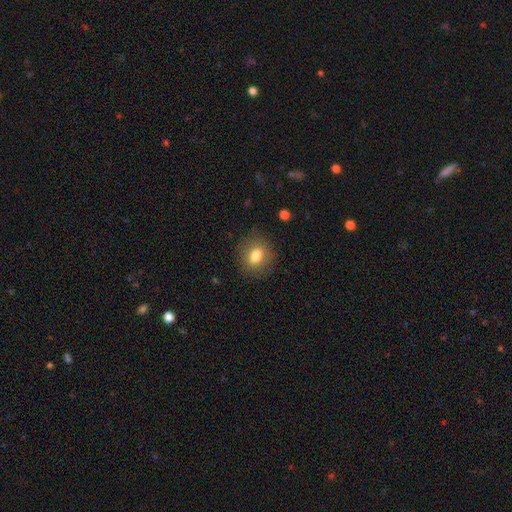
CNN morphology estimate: Q: Smooth or featured?
A: smooth (79%); runner-up: featured or disk (12%)
Q: How rounded?
A: round (62%); runner-up: in between (37%)
Q: Merging?
A: none (84%); runner-up: minor disturbance (11%)